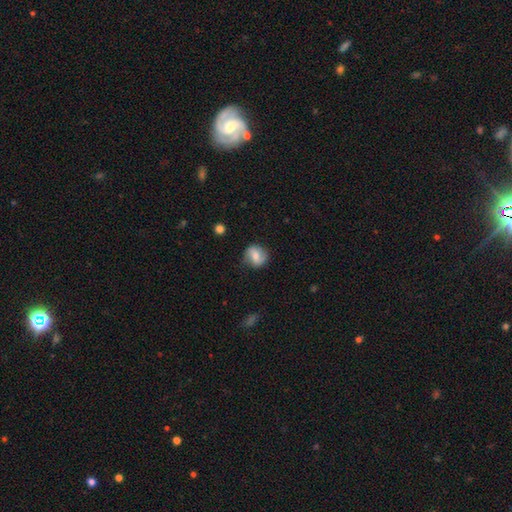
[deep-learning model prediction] This is possibly a smooth galaxy (49%). Merging: likely none (76%).